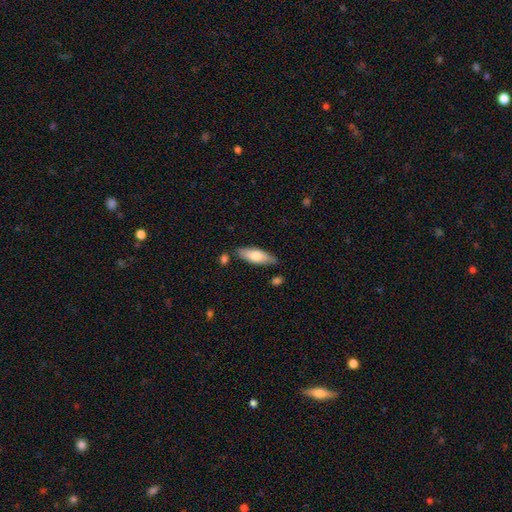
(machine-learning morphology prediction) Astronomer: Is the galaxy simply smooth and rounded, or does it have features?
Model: smooth — 71%.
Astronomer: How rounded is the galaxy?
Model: in between — 65%.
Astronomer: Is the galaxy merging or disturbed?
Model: none — 78%.